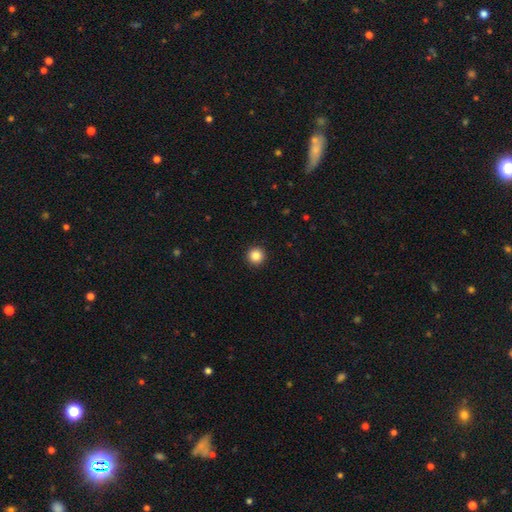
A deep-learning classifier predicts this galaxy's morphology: This appears to be a smooth galaxy with no disk features (85%) that is round (96%). Merging: none (94%).